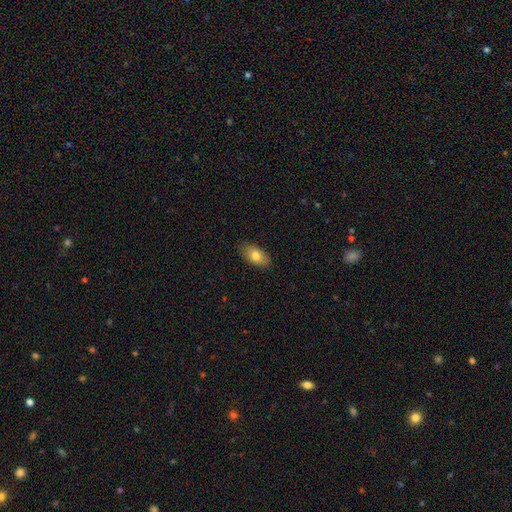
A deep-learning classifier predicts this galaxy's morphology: The model was most divided on "smooth or featured": smooth: 78%, featured or disk: 15%, star or artifact: 7%. More confident: how rounded — in between (91%); merging — none (85%).